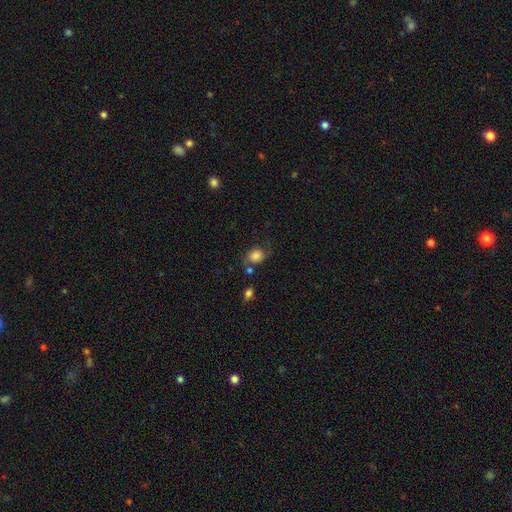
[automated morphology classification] smooth-or-featured: smooth: 79% | featured or disk: 12% | star or artifact: 10%
  how-rounded: round: 62% | in between: 37% | cigar-shaped: 1%
  merging: none: 55% | minor disturbance: 24% | major disturbance: 11% | merger: 10%